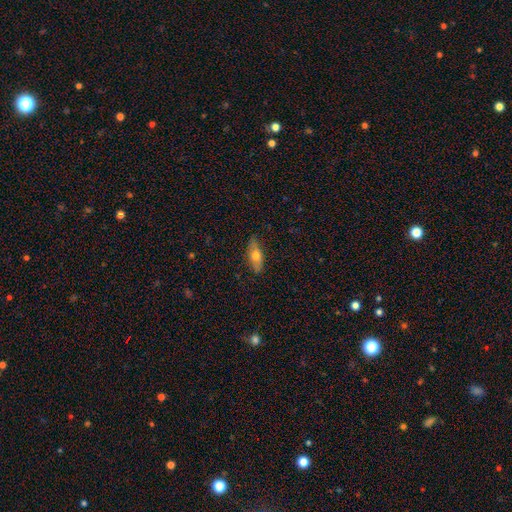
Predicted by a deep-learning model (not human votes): Morphology: type=smooth (62%); roundness=in between (69%); merging=none (84%).